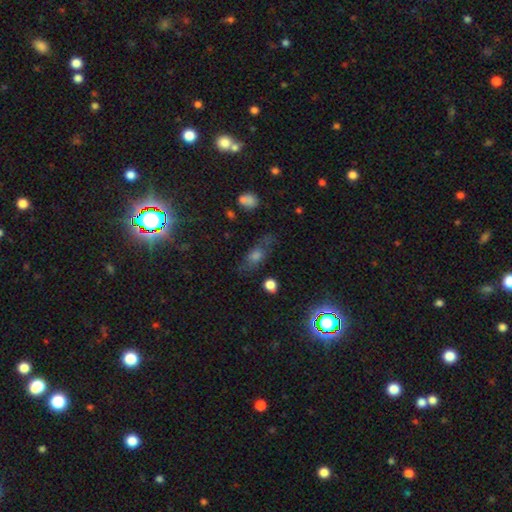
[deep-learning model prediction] The model was most divided on "smooth or featured": smooth: 48%, star or artifact: 28%, featured or disk: 23%. More confident: merging — none (68%).